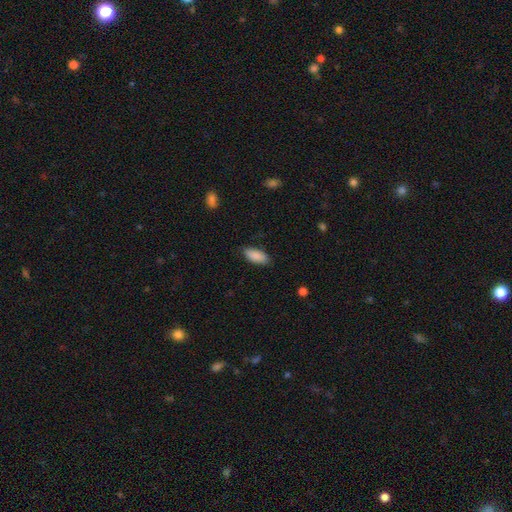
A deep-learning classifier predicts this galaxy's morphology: This is clearly a smooth galaxy (89%). How rounded: clearly in between (87%). Merging: clearly none (84%).